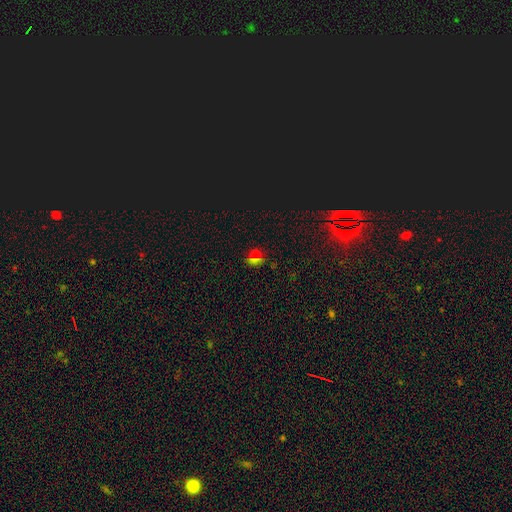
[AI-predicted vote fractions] Smooth or featured? star or artifact (53%)